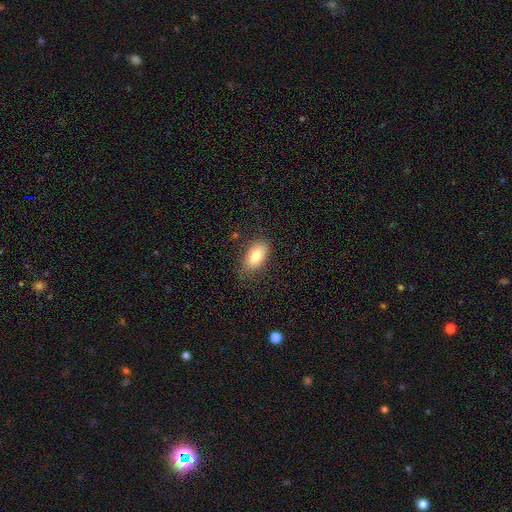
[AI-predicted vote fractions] Smooth or featured: smooth — 78% (featured or disk — 14%)
How rounded: in between — 91% (round — 6%)
Merging: none — 75% (minor disturbance — 19%)